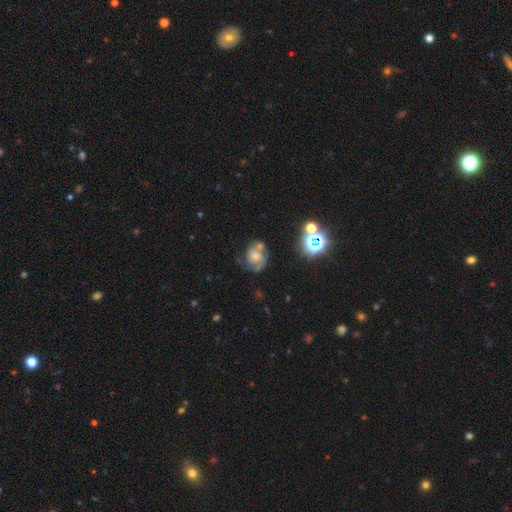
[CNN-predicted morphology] A featured or disk galaxy (55%) with no bar (78%), spiral arms (78%) and a moderate central bulge (46%).

Vote fractions:
- Smooth or featured? featured or disk: 55% / smooth: 30% / star or artifact: 15%
- Edge-on disk? no: 97% / yes: 3%
- Bar? no: 78% / weak: 18% / strong: 4%
- Spiral arms? yes: 78% / no: 22%
- Bulge size? moderate: 46% / small: 38% / none: 7% / large: 7% / dominant: 2%
- Merging? none: 46% / minor disturbance: 24% / merger: 17% / major disturbance: 14%